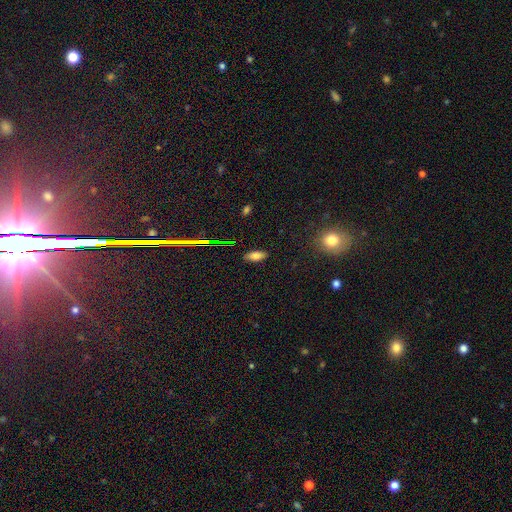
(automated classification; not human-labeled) A smooth galaxy with no disk features (74%) that is in between round and cigar-shaped (86%).

Vote fractions:
- Smooth or featured? smooth: 74% / star or artifact: 14% / featured or disk: 12%
- How rounded? in between: 86% / cigar-shaped: 10% / round: 4%
- Merging? none: 87% / minor disturbance: 9% / major disturbance: 2% / merger: 1%